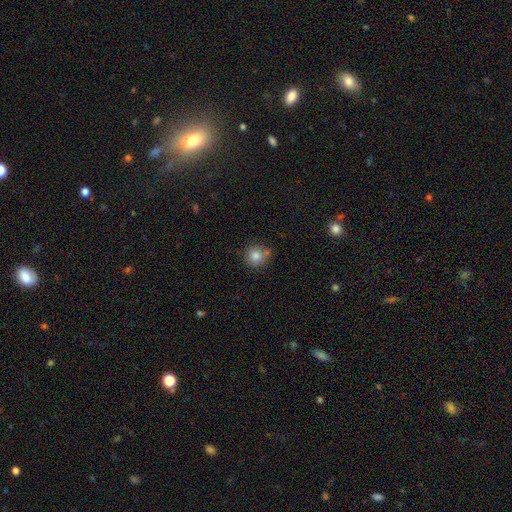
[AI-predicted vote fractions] Smooth or featured? Predicted: smooth (p=0.82). How rounded? Predicted: round (p=0.92). Merging? Predicted: none (p=0.72).